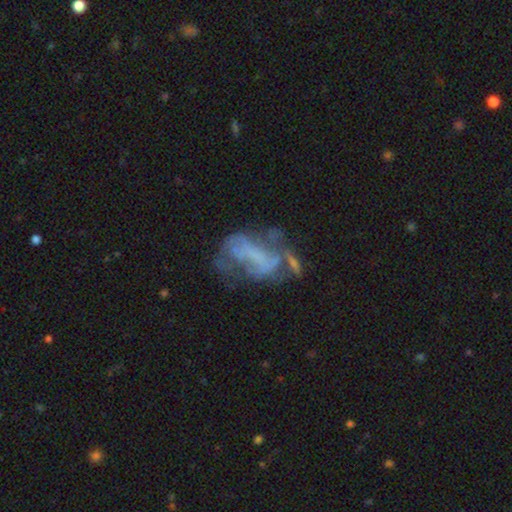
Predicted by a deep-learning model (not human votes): A featured or disk galaxy (64%) with no bar (67%), no spiral arms (69%) and no central bulge (74%).

Vote fractions:
- Smooth or featured? featured or disk: 64% / smooth: 22% / star or artifact: 15%
- Edge-on disk? no: 96% / yes: 4%
- Bar? no: 67% / weak: 19% / strong: 14%
- Spiral arms? no: 69% / yes: 31%
- Bulge size? none: 74% / small: 13% / moderate: 8% / large: 4% / dominant: 1%
- Merging? major disturbance: 37% / none: 31% / minor disturbance: 19% / merger: 13%